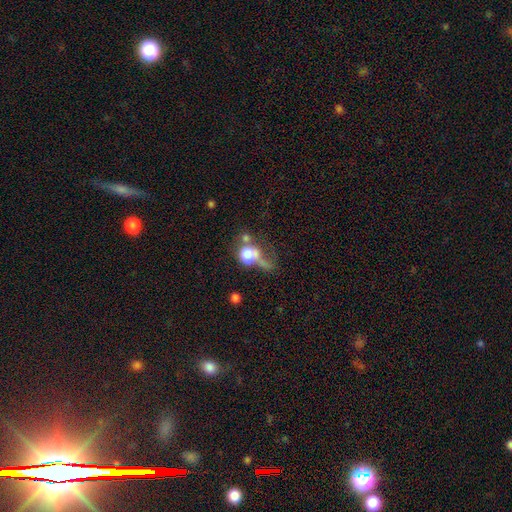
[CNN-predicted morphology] A smooth galaxy with no disk features (65%) that is round (68%). Merging: merger (33%).